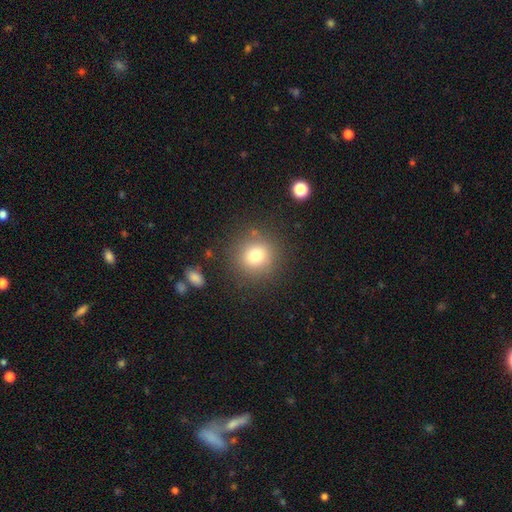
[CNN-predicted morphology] Smooth or featured? Predicted: smooth (p=0.77). How rounded? Predicted: round (p=0.91). Merging? Predicted: none (p=0.85).